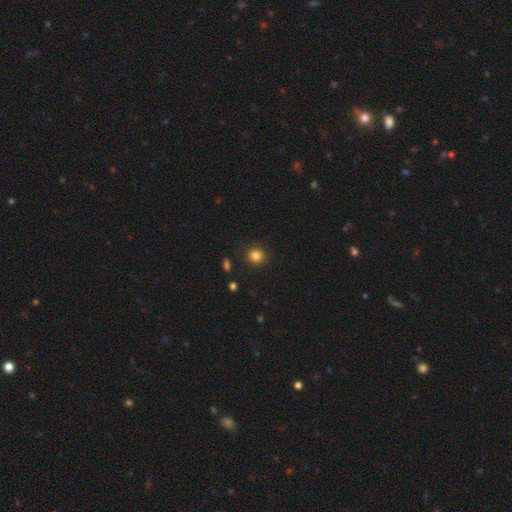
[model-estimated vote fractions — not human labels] Smooth or featured?
  - smooth: 83% *
  - star or artifact: 12%
  - featured or disk: 5%
How rounded?
  - round: 90% *
  - in between: 9%
  - cigar-shaped: 1%
Merging?
  - none: 89% *
  - minor disturbance: 7%
  - major disturbance: 2%
  - merger: 2%